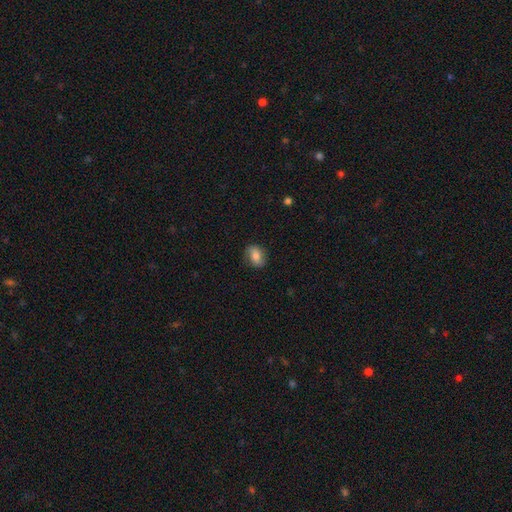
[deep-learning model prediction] A smooth galaxy with no disk features (72%) that is in between round and cigar-shaped (71%).

Vote fractions:
- Smooth or featured? smooth: 72% / featured or disk: 19% / star or artifact: 8%
- How rounded? in between: 71% / round: 27% / cigar-shaped: 2%
- Merging? none: 80% / minor disturbance: 15% / major disturbance: 4% / merger: 1%